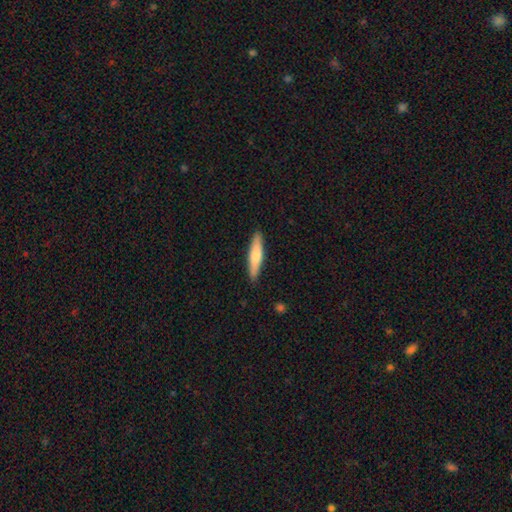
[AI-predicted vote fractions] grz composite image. It shows a smooth galaxy with no disk features (63%) that is cigar-shaped (83%). Merging: none (90%).